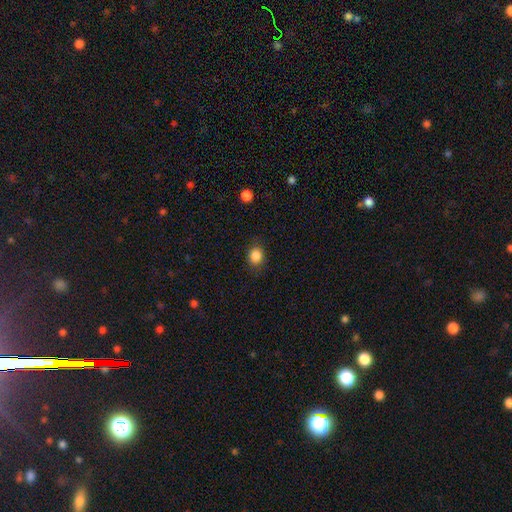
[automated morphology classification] This appears to be a smooth galaxy with no disk features (85%) that is round (68%). Merging: none (82%).